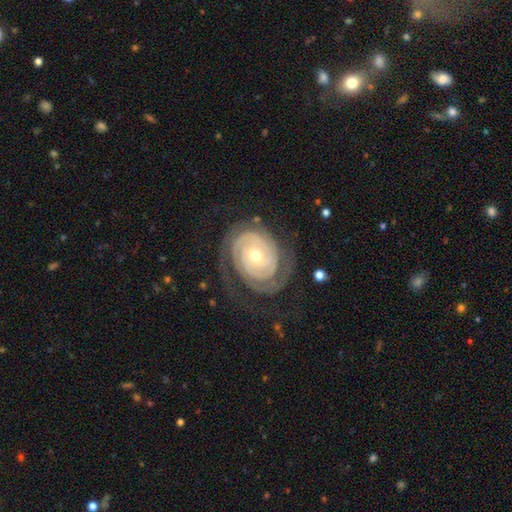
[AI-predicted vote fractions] smooth-or-featured: featured or disk: 92% | smooth: 4% | star or artifact: 4%
  disk-edge-on: no: 97% | yes: 3%
    bar: no: 66% | weak: 23% | strong: 12%
    has-spiral-arms: yes: 98% | no: 2%
      spiral-winding: tight: 84% | medium: 13% | loose: 3%
      spiral-arm-count: 2: 66% | can't tell: 11% | 3: 11% | 1: 5% | 4: 4% | more than 4: 3%
    bulge-size: moderate: 49% | small: 47% | large: 2% | none: 1% | dominant: 1%
  merging: none: 72% | minor disturbance: 15% | major disturbance: 11% | merger: 1%